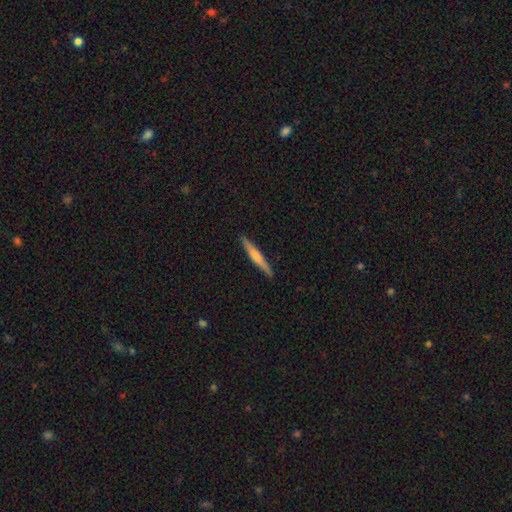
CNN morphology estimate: Smooth or featured?
  - featured or disk: 55% *
  - smooth: 39%
  - star or artifact: 6%
Edge-on disk?
  - yes: 97% *
  - no: 3%
Edge-on bulge?
  - rounded: 66% *
  - none: 25%
  - boxy: 9%
Merging?
  - none: 91% *
  - minor disturbance: 6%
  - major disturbance: 1%
  - merger: 1%